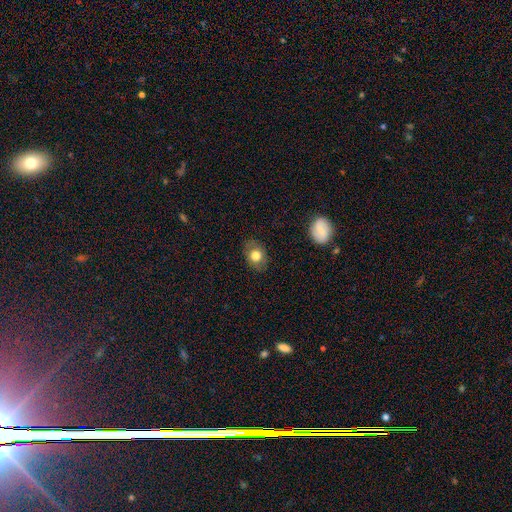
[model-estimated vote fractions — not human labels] This is likely a smooth galaxy (75%). How rounded: likely in between (66%). Merging: clearly none (82%).